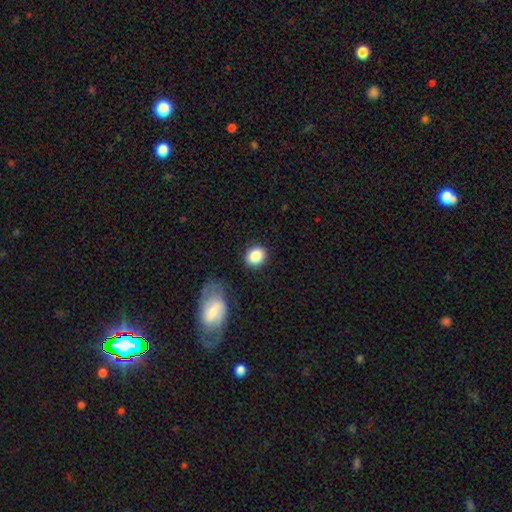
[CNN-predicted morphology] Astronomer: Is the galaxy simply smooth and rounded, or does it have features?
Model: smooth — 86%.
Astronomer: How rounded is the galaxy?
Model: round — 65%.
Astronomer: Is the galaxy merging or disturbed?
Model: none — 82%.